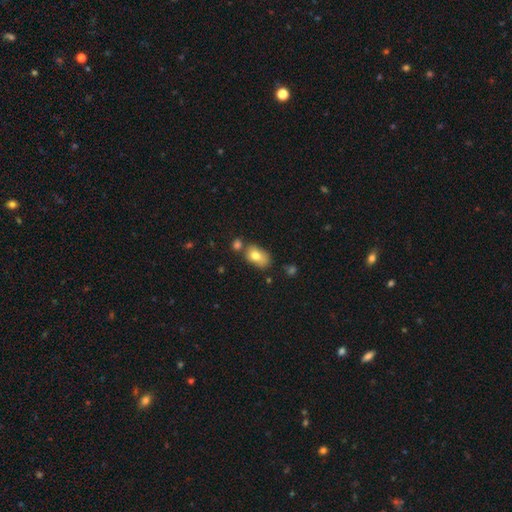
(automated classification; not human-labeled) A smooth galaxy with no disk features (76%) that is in between round and cigar-shaped (85%). Merging: none (52%).